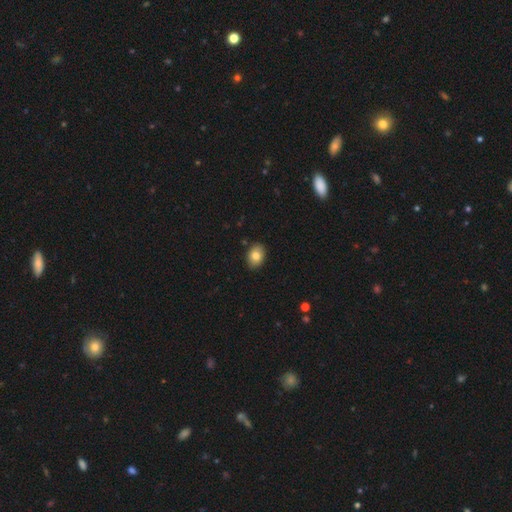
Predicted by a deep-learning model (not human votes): A smooth galaxy with no disk features (82%) that is in between round and cigar-shaped (78%). Merging: none (88%).